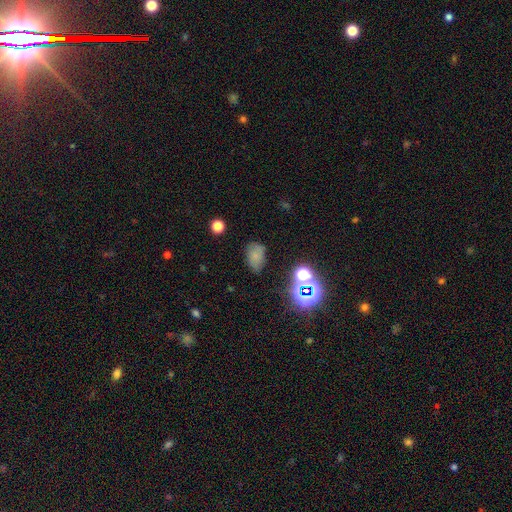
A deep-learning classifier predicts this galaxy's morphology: smooth-or-featured: smooth: 66% | star or artifact: 21% | featured or disk: 14%
  how-rounded: in between: 84% | round: 14% | cigar-shaped: 2%
  merging: none: 64% | minor disturbance: 24% | major disturbance: 9% | merger: 4%